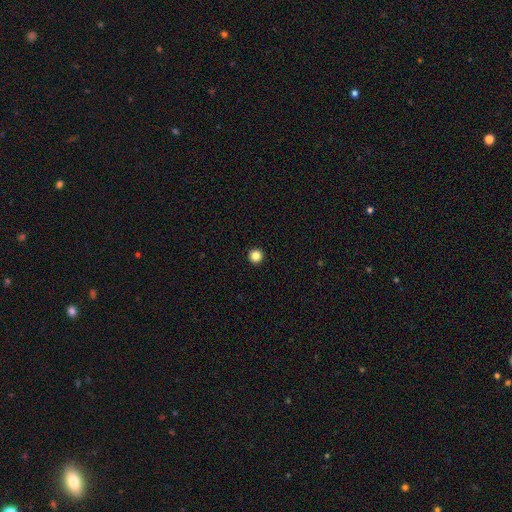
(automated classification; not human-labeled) smooth 85%, star or artifact 11%, featured or disk 4%. Down the decision tree: how rounded — round (97%); merging — none (95%).